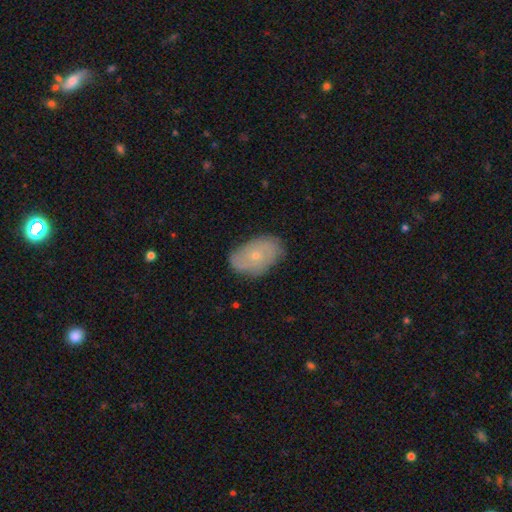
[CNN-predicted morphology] Smooth or featured?
  - featured or disk: 48% *
  - smooth: 44%
  - star or artifact: 8%
Merging?
  - none: 76% *
  - minor disturbance: 19%
  - major disturbance: 4%
  - merger: 1%